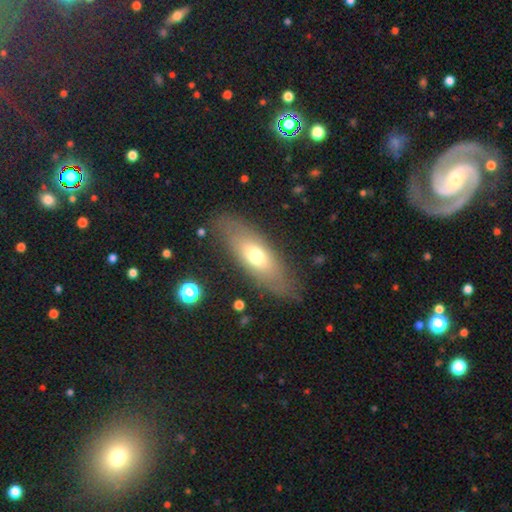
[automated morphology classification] Smooth or featured? smooth (58%)
How rounded? in between (66%)
Merging? none (77%)